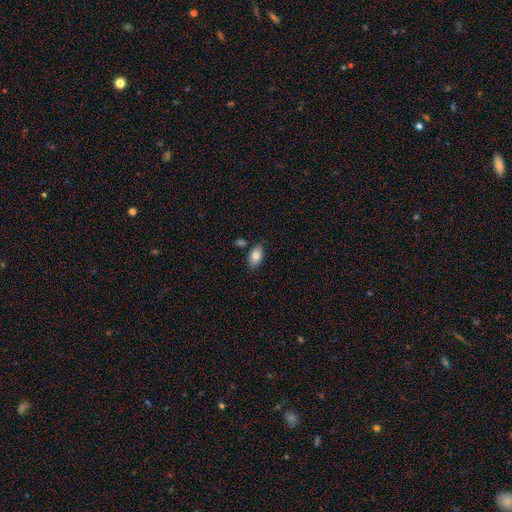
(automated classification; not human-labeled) Overall: smooth (81%). How rounded: in between (92%). Merging: none (78%).